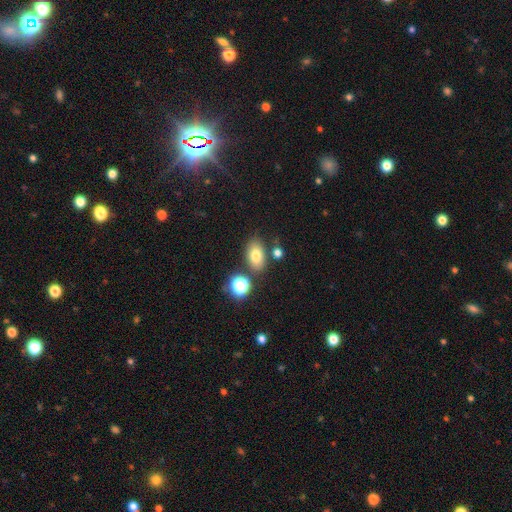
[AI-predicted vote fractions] Smooth or featured: smooth — 75% (star or artifact — 13%)
How rounded: in between — 86% (round — 13%)
Merging: none — 74% (minor disturbance — 13%)